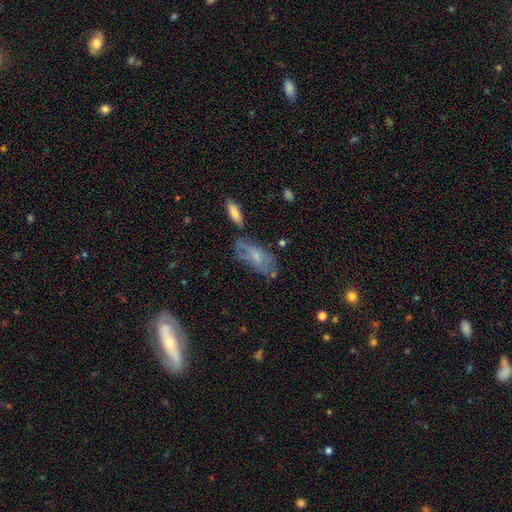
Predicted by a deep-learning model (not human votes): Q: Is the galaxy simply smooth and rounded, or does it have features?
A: smooth — 48%.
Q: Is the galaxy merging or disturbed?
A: none — 51%.